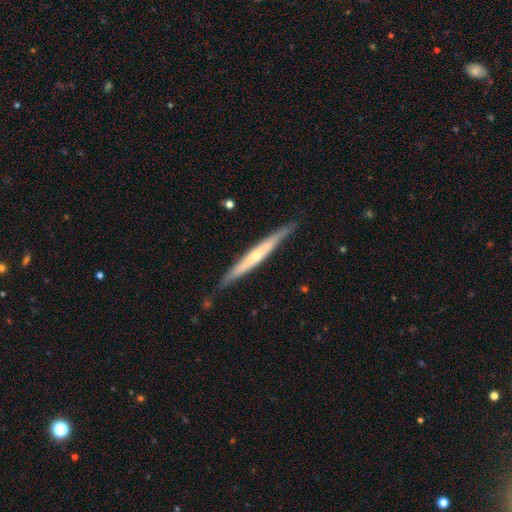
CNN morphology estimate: A featured or disk galaxy (69%) viewed edge-on (96%) with a rounded central bulge (63%).

Vote fractions:
- Smooth or featured? featured or disk: 69% / smooth: 25% / star or artifact: 6%
- Edge-on disk? yes: 96% / no: 4%
- Edge-on bulge? rounded: 63% / none: 32% / boxy: 5%
- Merging? none: 86% / minor disturbance: 11% / major disturbance: 2% / merger: 1%